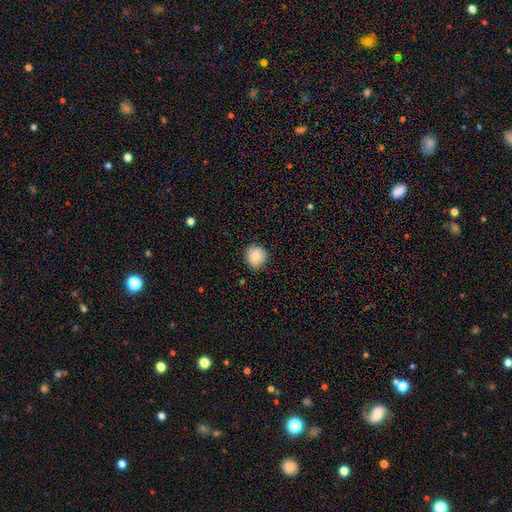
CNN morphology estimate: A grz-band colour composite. It shows a smooth galaxy with no disk features (82%) that is round (88%). Merging: none (80%).